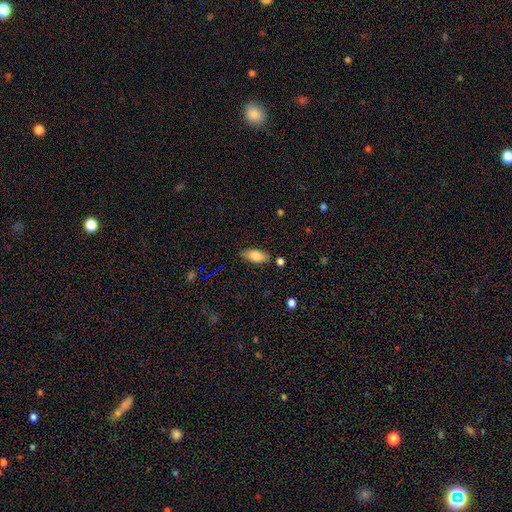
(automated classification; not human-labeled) The model was most divided on "smooth or featured": smooth: 80%, featured or disk: 13%, star or artifact: 8%. More confident: how rounded — in between (85%); merging — none (80%).